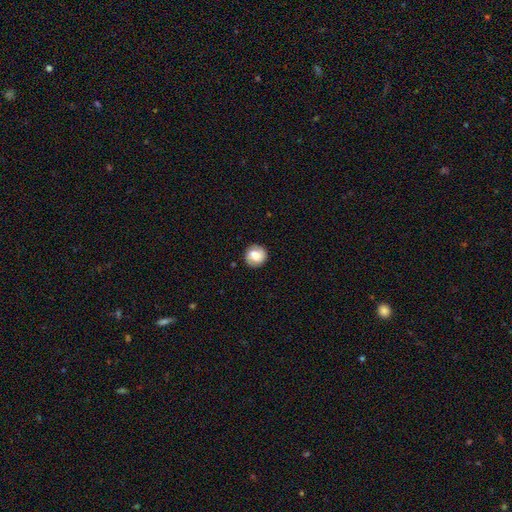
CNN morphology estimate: Q: Smooth or featured?
A: smooth (58%); runner-up: featured or disk (34%)
Q: How rounded?
A: round (89%); runner-up: in between (10%)
Q: Merging?
A: none (86%); runner-up: minor disturbance (10%)